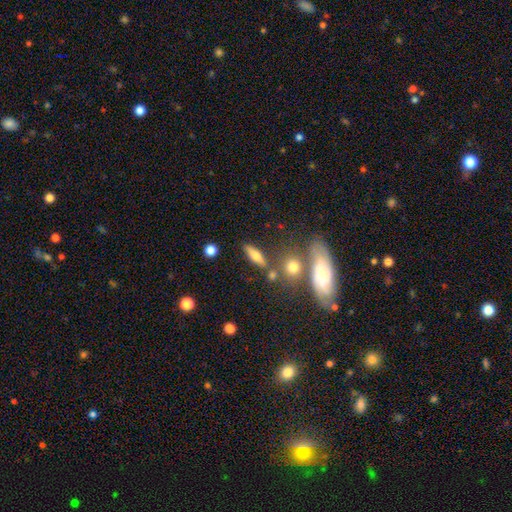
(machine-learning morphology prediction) Smooth or featured? Predicted: smooth (p=0.58). How rounded? Predicted: cigar-shaped (p=0.50). Merging? Predicted: none (p=0.72).